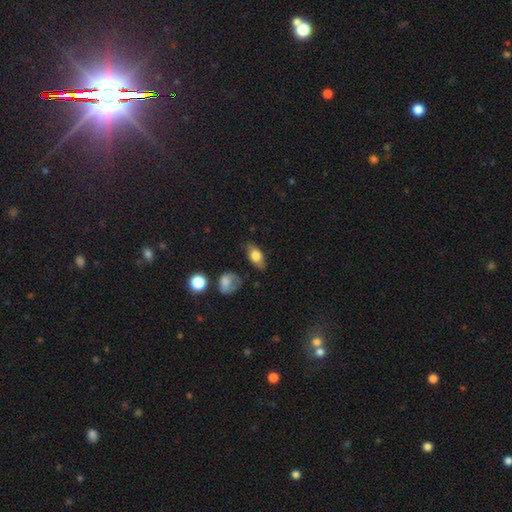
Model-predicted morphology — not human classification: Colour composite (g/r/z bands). It shows a smooth galaxy with no disk features (73%) that is in between round and cigar-shaped (85%). Merging: none (70%).